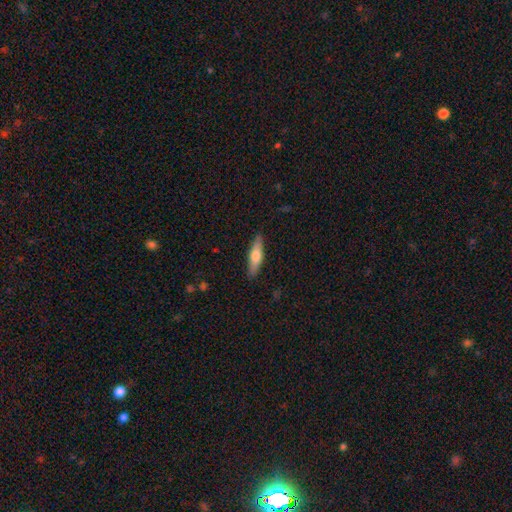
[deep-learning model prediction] This appears to be a smooth galaxy with no disk features (57%) that is cigar-shaped (69%). Merging: none (88%).